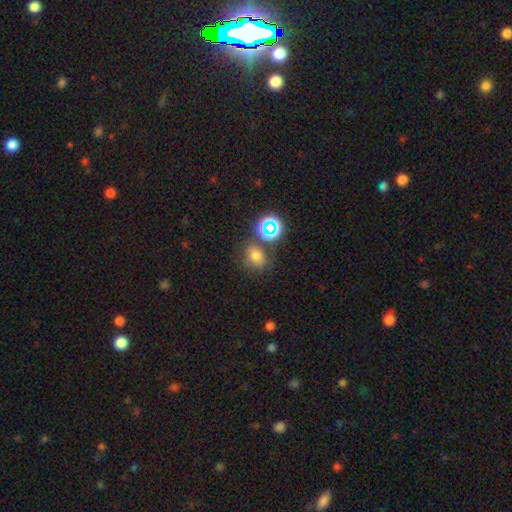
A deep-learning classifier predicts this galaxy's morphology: This appears to be a smooth galaxy with no disk features (68%) that is in between round and cigar-shaped (53%). Merging: none (67%).